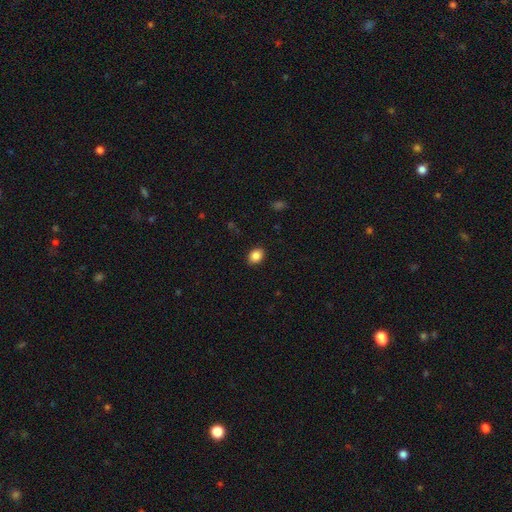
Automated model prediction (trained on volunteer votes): Morphology: type=smooth (87%); roundness=in between (68%); merging=none (89%).